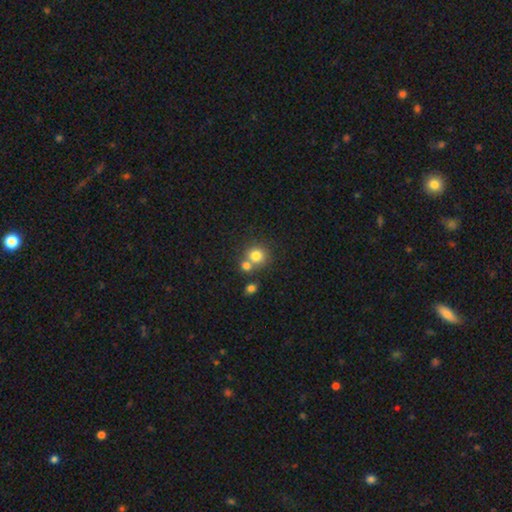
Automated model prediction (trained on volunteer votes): This is likely a smooth galaxy (78%). How rounded: clearly round (85%). Merging: possibly none (54%).